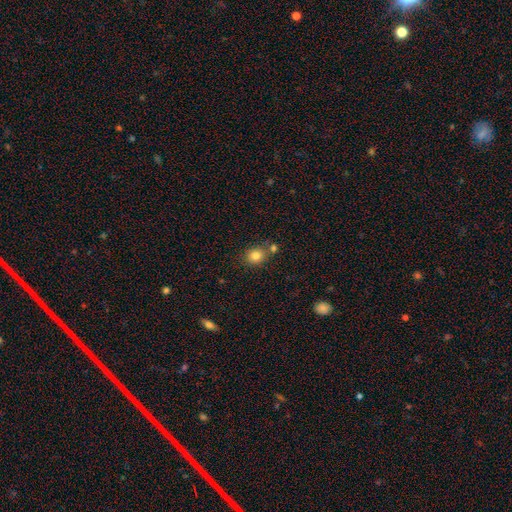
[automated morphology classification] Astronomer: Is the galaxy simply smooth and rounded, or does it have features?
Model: smooth — 82%.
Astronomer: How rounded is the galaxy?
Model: round — 69%.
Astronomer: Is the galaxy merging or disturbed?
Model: none — 69%.